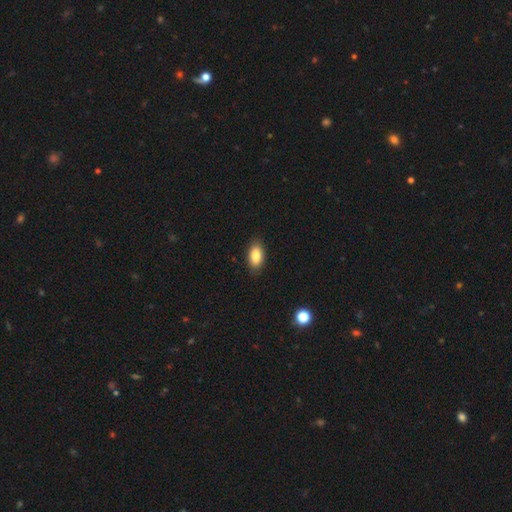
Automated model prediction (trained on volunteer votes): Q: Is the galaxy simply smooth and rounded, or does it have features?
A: smooth — 85%.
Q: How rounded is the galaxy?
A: in between — 91%.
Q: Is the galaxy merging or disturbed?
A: none — 87%.